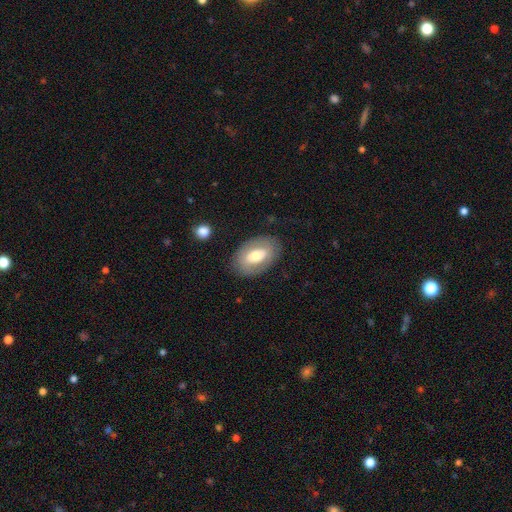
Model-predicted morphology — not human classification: The model was most divided on "smooth or featured": smooth: 56%, featured or disk: 37%, star or artifact: 6%. More confident: how rounded — in between (90%); merging — none (81%).